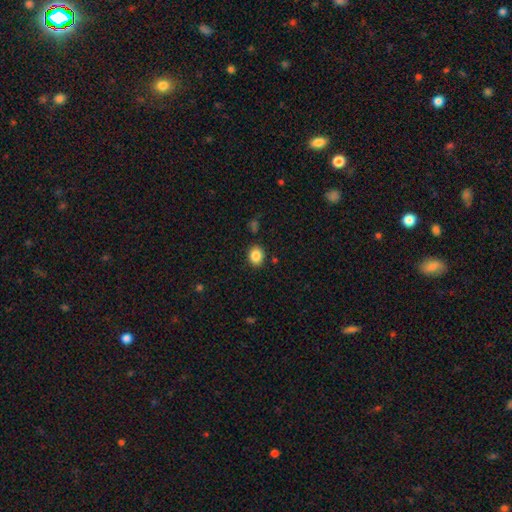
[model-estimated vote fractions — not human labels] A smooth galaxy with no disk features (86%) that is round (58%).

Vote fractions:
- Smooth or featured? smooth: 86% / star or artifact: 10% / featured or disk: 4%
- How rounded? round: 58% / in between: 41% / cigar-shaped: 1%
- Merging? none: 86% / minor disturbance: 9% / major disturbance: 3% / merger: 2%